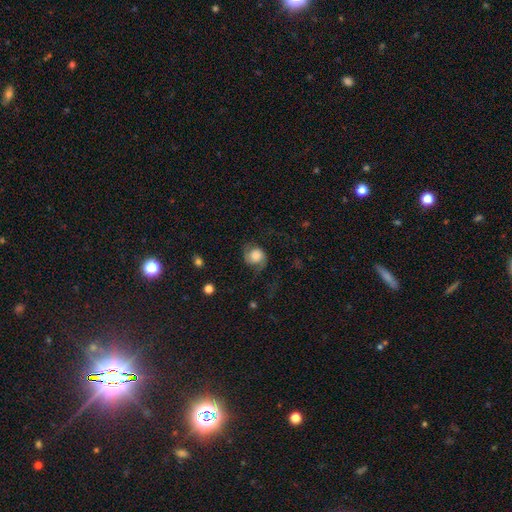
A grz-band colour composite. It shows a smooth galaxy with no disk features (59%) that is round (68%). Merging: none (68%).